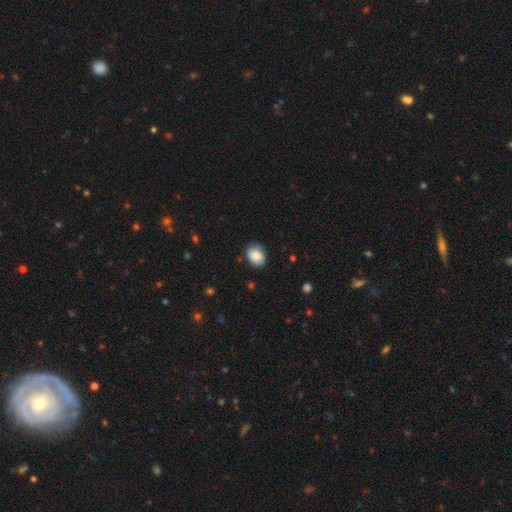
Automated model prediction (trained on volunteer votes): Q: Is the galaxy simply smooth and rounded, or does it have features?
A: smooth — 87%.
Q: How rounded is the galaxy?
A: in between — 75%.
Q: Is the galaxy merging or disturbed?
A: none — 80%.